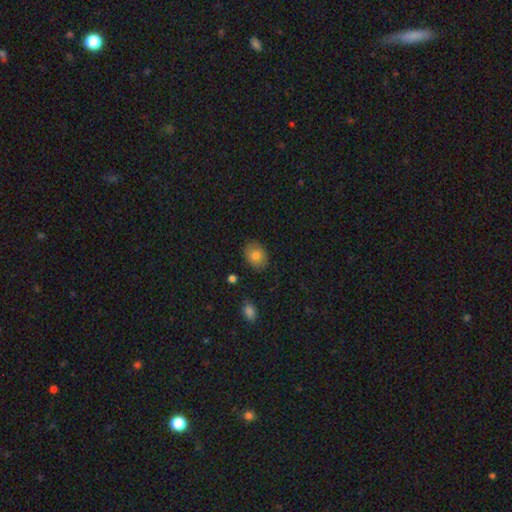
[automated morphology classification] Smooth or featured: smooth — 79% (featured or disk — 12%)
How rounded: in between — 70% (round — 29%)
Merging: none — 84% (minor disturbance — 12%)